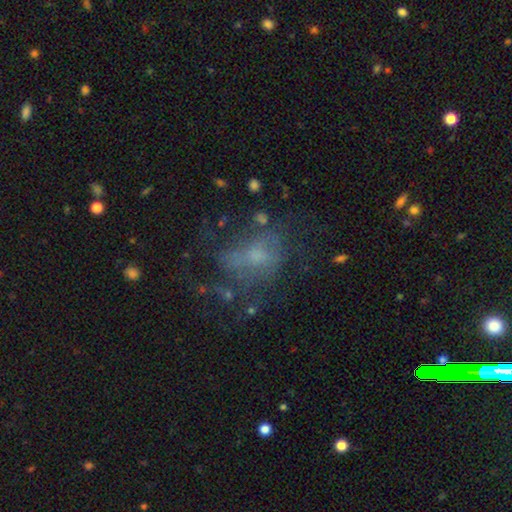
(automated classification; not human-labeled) Morphology: type=featured or disk (51%); edge-on=no (97%); merging=none (44%).